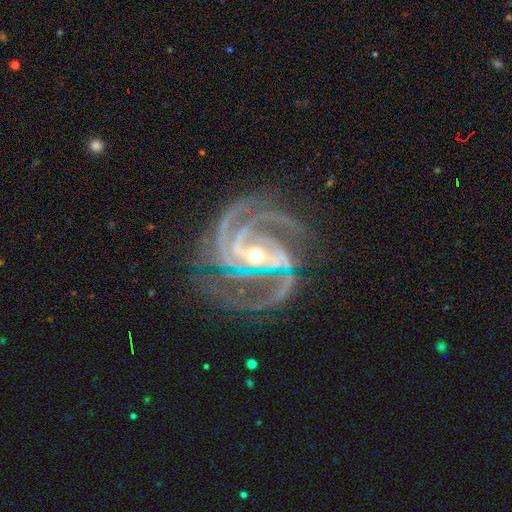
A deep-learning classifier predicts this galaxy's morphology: featured or disk 93%, star or artifact 5%, smooth 2%. Down the decision tree: edge-on disk — no (98%); bar — strong (53%); spiral arms — yes (99%); spiral arm count — 3 (44%); spiral winding — tight (55%); bulge size — moderate (51%); merging — none (72%).